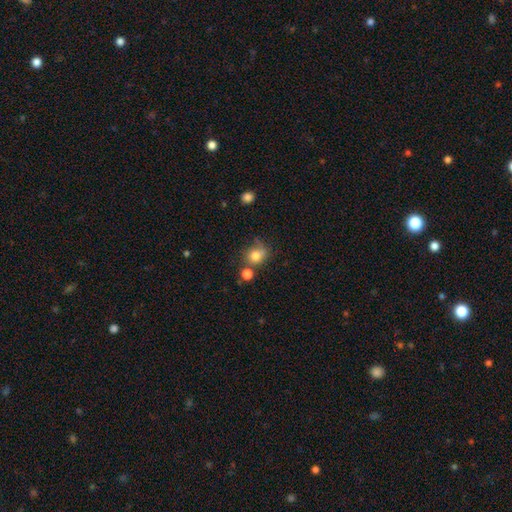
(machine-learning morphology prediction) smooth_or_featured: smooth (p=0.77) [alt: star or artifact p=0.12]
how_rounded: round (p=0.72) [alt: in between p=0.27]
merging: none (p=0.50) [alt: minor disturbance p=0.21]